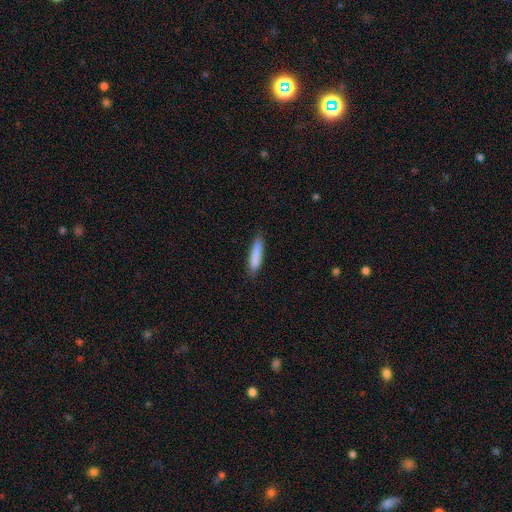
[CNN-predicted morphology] Q: Smooth or featured?
A: smooth (83%); runner-up: featured or disk (11%)
Q: How rounded?
A: cigar-shaped (85%); runner-up: in between (14%)
Q: Merging?
A: none (83%); runner-up: minor disturbance (14%)